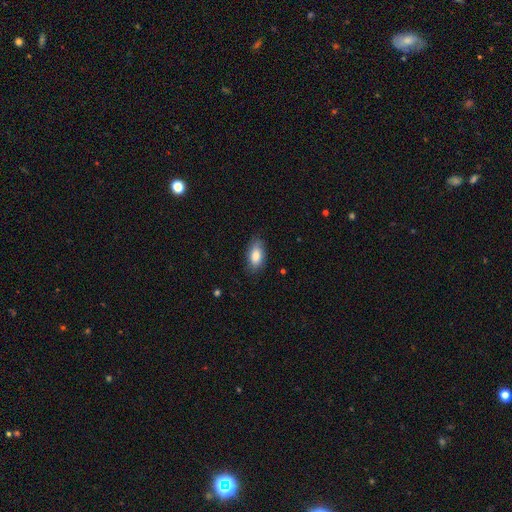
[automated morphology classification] Smooth or featured? smooth (80%)
How rounded? in between (90%)
Merging? none (78%)